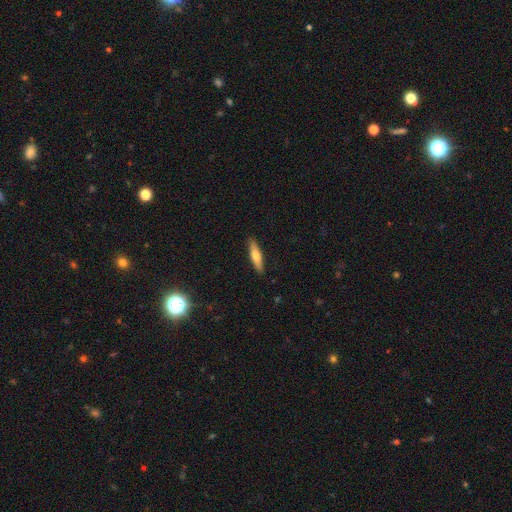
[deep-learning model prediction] Smooth or featured: smooth — 61% (featured or disk — 33%)
How rounded: cigar-shaped — 78% (in between — 21%)
Merging: none — 90% (minor disturbance — 8%)